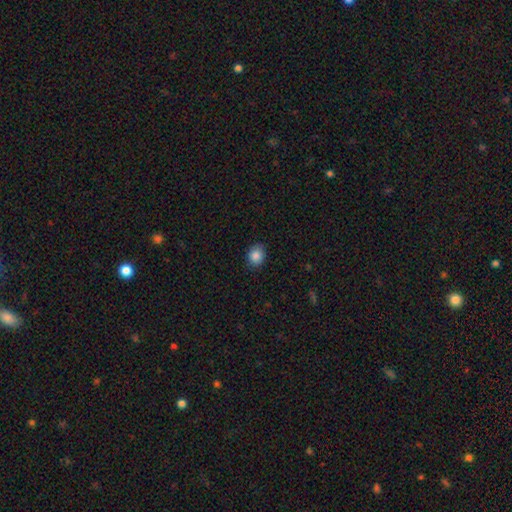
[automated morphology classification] Overall: smooth (86%). How rounded: round (63%; in between 36%). Merging: none (83%).